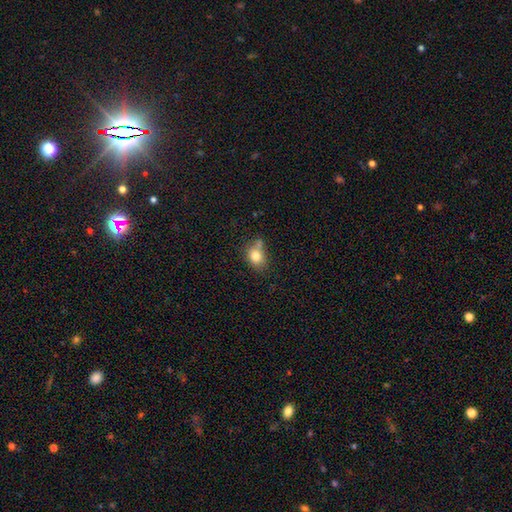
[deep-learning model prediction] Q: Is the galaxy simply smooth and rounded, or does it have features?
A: smooth — 80%.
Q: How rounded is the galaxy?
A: in between — 56%.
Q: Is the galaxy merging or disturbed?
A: none — 55%.